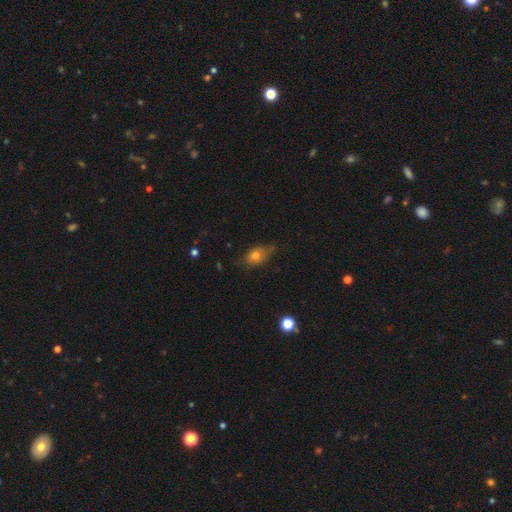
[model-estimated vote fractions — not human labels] smooth_or_featured: smooth (p=0.66) [alt: featured or disk p=0.23]
how_rounded: in between (p=0.76) [alt: round p=0.16]
merging: none (p=0.56) [alt: minor disturbance p=0.33]